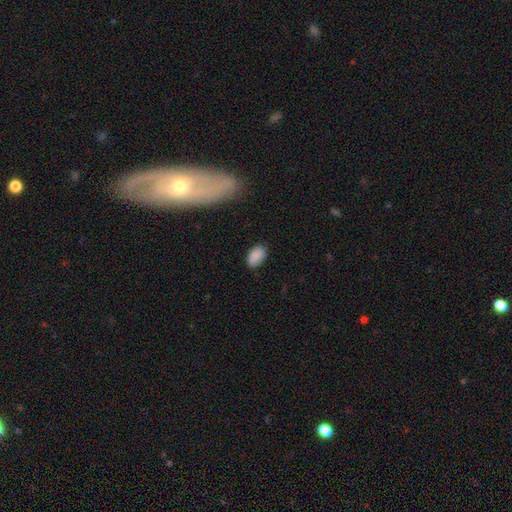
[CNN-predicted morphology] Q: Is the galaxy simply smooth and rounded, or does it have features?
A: smooth — 87%.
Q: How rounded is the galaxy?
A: in between — 90%.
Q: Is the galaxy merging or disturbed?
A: none — 79%.